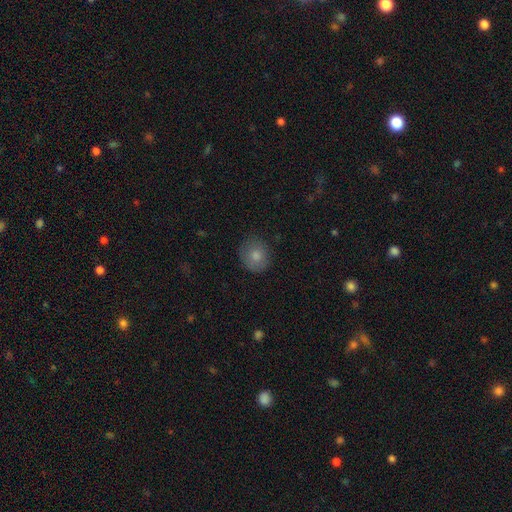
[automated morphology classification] A smooth galaxy with no disk features (80%) that is round (77%).

Vote fractions:
- Smooth or featured? smooth: 80% / featured or disk: 11% / star or artifact: 9%
- How rounded? round: 77% / in between: 22% / cigar-shaped: 1%
- Merging? none: 77% / minor disturbance: 18% / major disturbance: 5% / merger: 1%